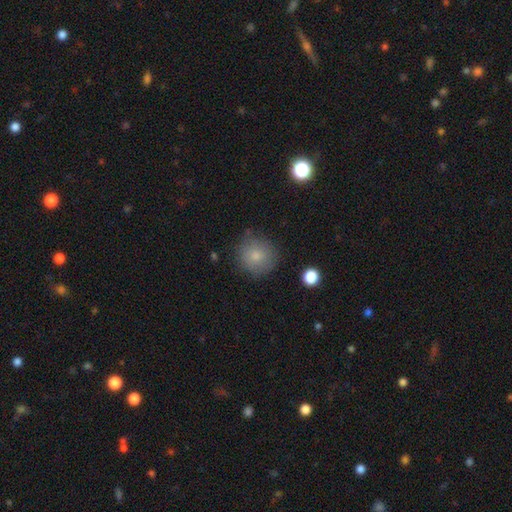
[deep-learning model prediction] This is clearly a smooth galaxy (80%). How rounded: clearly round (93%). Merging: clearly none (80%).